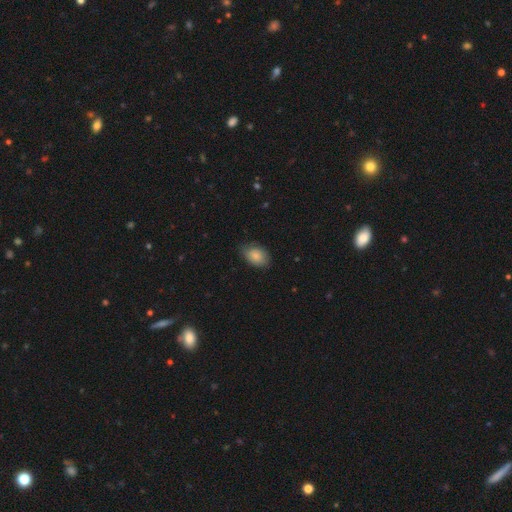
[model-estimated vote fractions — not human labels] smooth 80%, featured or disk 13%, star or artifact 7%. Down the decision tree: how rounded — in between (81%); merging — none (66%).